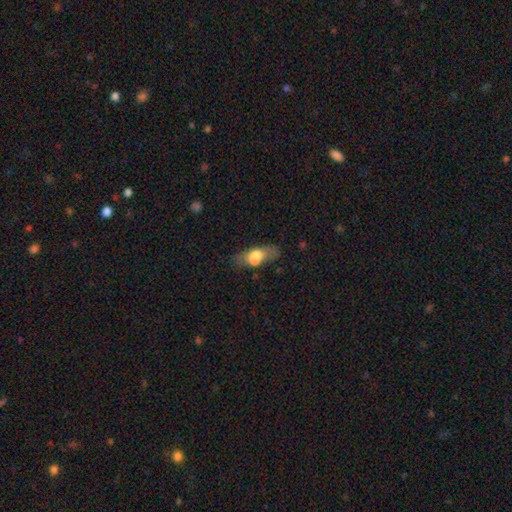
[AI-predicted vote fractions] smooth_or_featured: smooth (p=0.58) [alt: featured or disk p=0.33]
how_rounded: in between (p=0.69) [alt: cigar-shaped p=0.26]
merging: none (p=0.55) [alt: minor disturbance p=0.24]